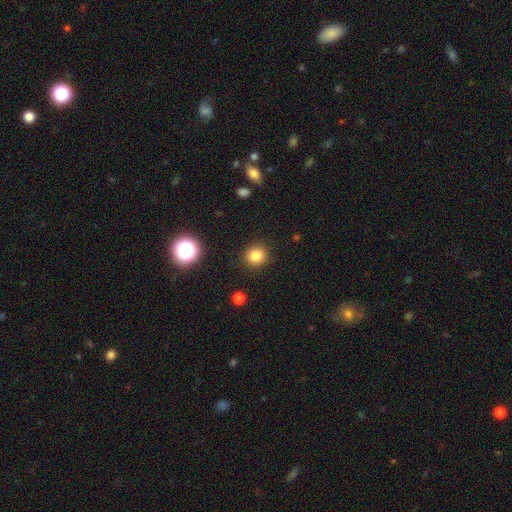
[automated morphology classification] Overall: smooth (83%). How rounded: round (83%). Merging: none (90%).